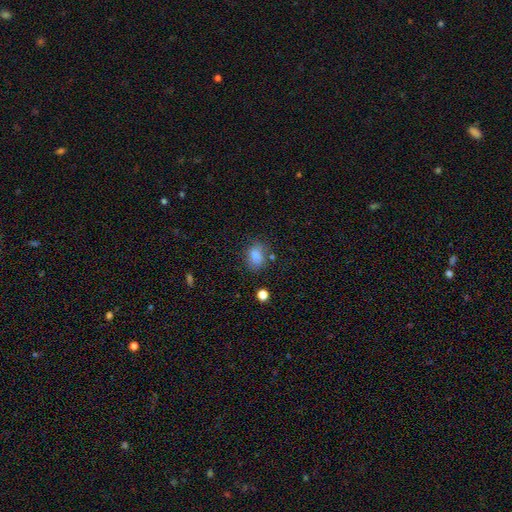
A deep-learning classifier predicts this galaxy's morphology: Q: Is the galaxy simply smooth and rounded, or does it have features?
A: smooth — 83%.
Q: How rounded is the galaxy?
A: in between — 68%.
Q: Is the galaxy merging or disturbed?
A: none — 72%.